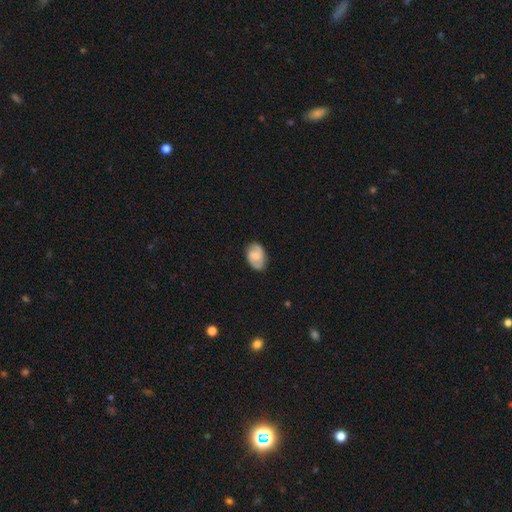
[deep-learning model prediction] The model was most divided on "bar": no: 45%, weak: 44%, strong: 10%. Remaining: edge-on disk — no (97%); spiral arms — yes (87%); merging — none (79%); smooth or featured — featured or disk (53%); bulge size — small (36%).